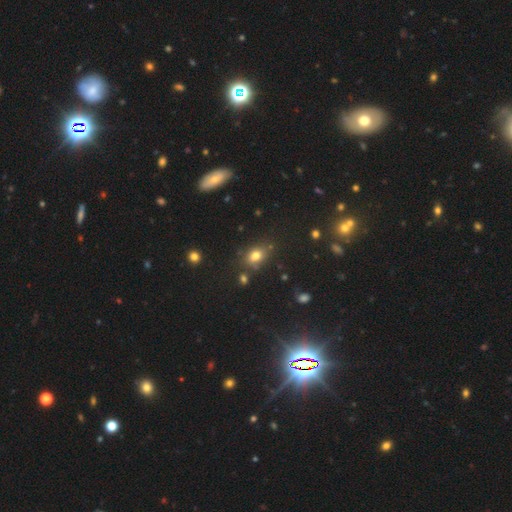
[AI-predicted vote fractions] Smooth or featured? smooth (74%)
How rounded? in between (66%)
Merging? none (71%)